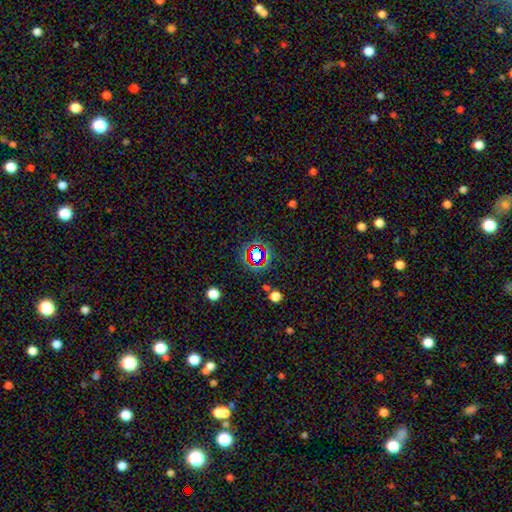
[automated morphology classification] This appears to be a star or artifact, not a galaxy (61%).